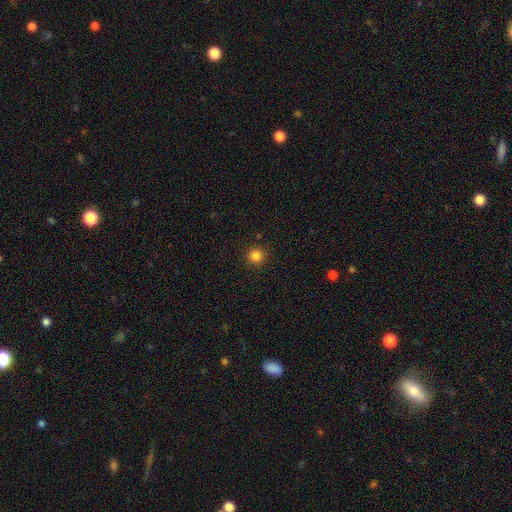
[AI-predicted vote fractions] Morphology: type=smooth (84%); roundness=round (95%); merging=none (92%).